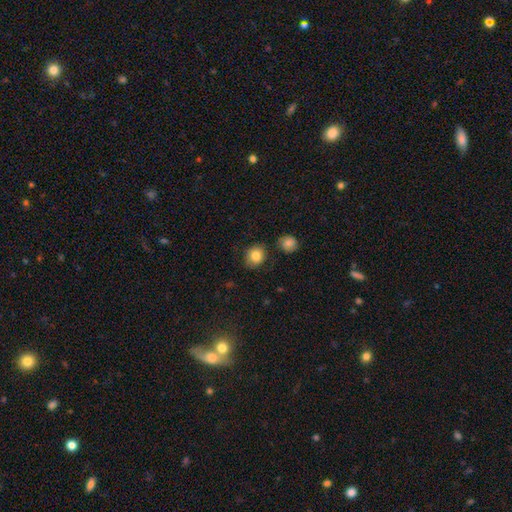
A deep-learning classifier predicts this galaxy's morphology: smooth_or_featured: smooth (p=0.83) [alt: star or artifact p=0.09]
how_rounded: round (p=0.74) [alt: in between p=0.25]
merging: none (p=0.79) [alt: minor disturbance p=0.13]